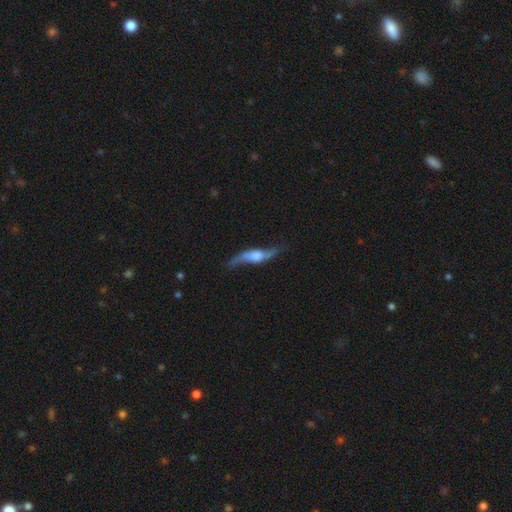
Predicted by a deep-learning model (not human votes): Smooth or featured? Predicted: featured or disk (p=0.79). Edge-on disk? Predicted: no (p=0.52). Merging? Predicted: none (p=0.70).